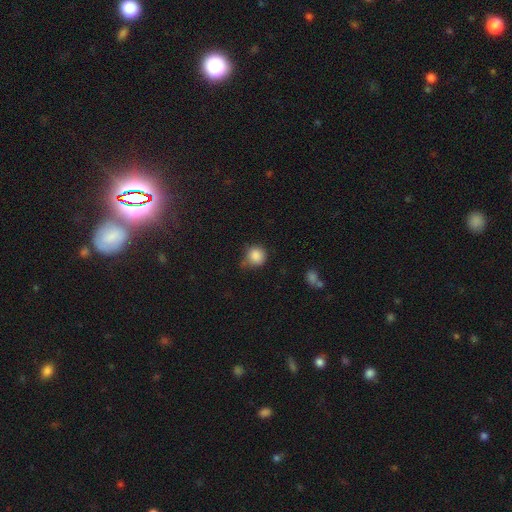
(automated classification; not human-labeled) A smooth galaxy with no disk features (86%) that is round (89%).

Vote fractions:
- Smooth or featured? smooth: 86% / star or artifact: 10% / featured or disk: 4%
- How rounded? round: 89% / in between: 10% / cigar-shaped: 1%
- Merging? none: 64% / minor disturbance: 26% / major disturbance: 6% / merger: 4%